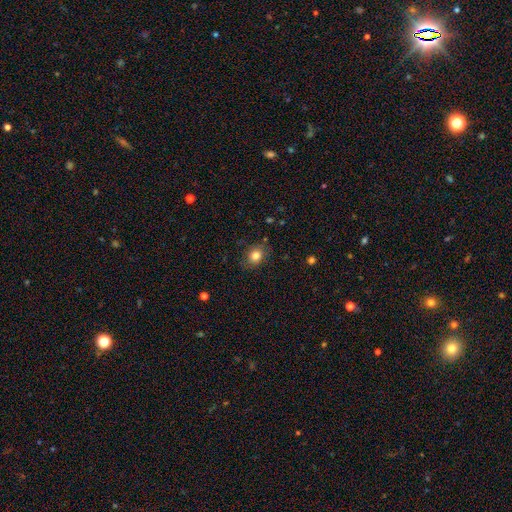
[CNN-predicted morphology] Smooth or featured? smooth (82%)
How rounded? round (57%)
Merging? none (80%)